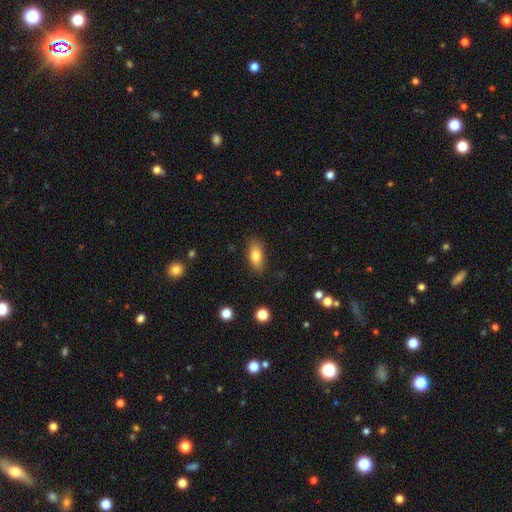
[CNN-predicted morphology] A smooth galaxy with no disk features (79%) that is in between round and cigar-shaped (84%).

Vote fractions:
- Smooth or featured? smooth: 79% / featured or disk: 13% / star or artifact: 8%
- How rounded? in between: 84% / cigar-shaped: 11% / round: 5%
- Merging? none: 84% / minor disturbance: 12% / major disturbance: 3% / merger: 1%